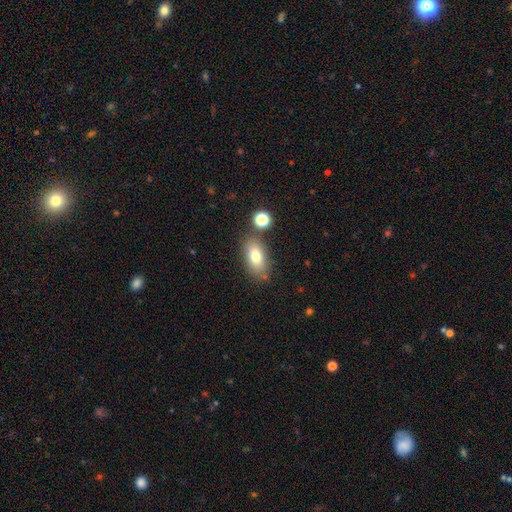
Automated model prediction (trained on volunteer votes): A smooth galaxy with no disk features (77%) that is in between round and cigar-shaped (87%). Merging: none (75%).